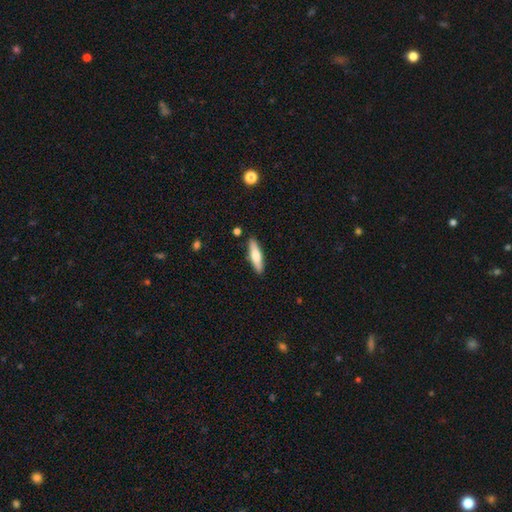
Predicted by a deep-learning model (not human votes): Overall: smooth (64%; featured or disk 30%). How rounded: cigar-shaped (72%). Merging: none (88%).